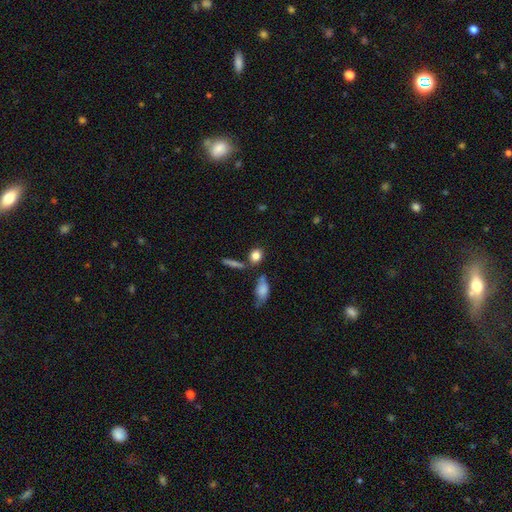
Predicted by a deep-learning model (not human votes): The model was most divided on "how rounded": round: 59%, in between: 35%, cigar-shaped: 5%. More confident: smooth or featured — smooth (83%); merging — none (67%).